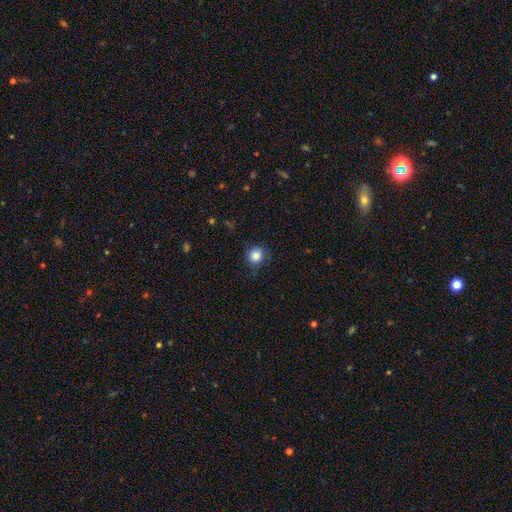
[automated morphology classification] smooth-or-featured: smooth: 85% | star or artifact: 10% | featured or disk: 5%
  how-rounded: round: 83% | in between: 16% | cigar-shaped: 1%
  merging: none: 81% | minor disturbance: 14% | major disturbance: 4% | merger: 1%